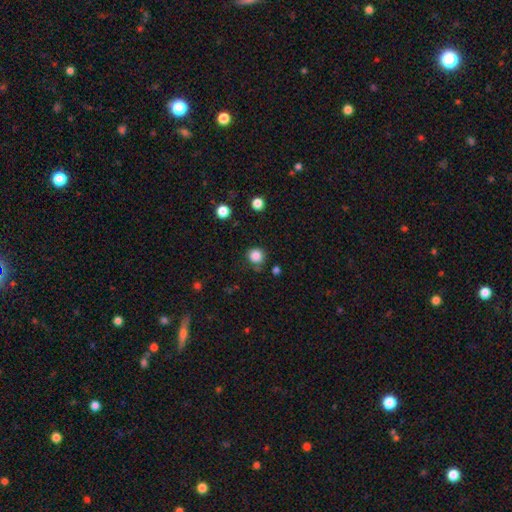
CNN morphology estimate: Smooth or featured? smooth (85%)
How rounded? round (92%)
Merging? none (81%)